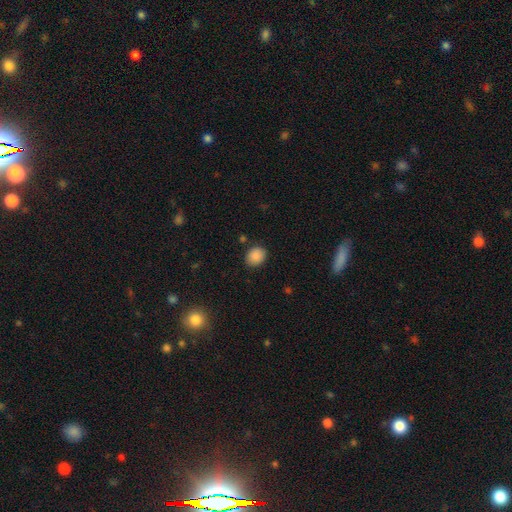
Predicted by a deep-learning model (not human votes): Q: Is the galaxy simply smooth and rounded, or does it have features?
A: smooth — 88%.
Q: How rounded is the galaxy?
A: round — 61%.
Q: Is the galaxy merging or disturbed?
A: none — 85%.